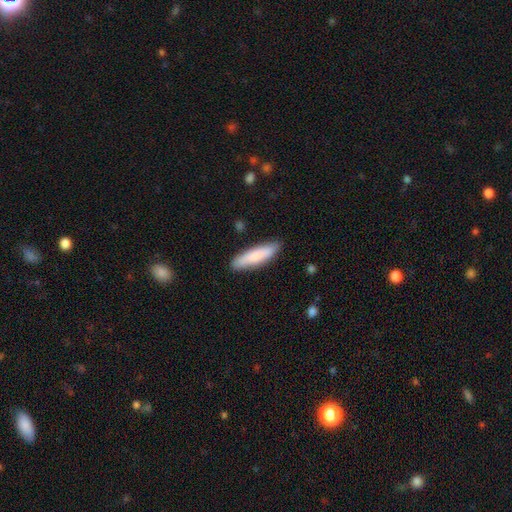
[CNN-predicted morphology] Q: Smooth or featured?
A: smooth (80%); runner-up: featured or disk (15%)
Q: How rounded?
A: cigar-shaped (75%); runner-up: in between (23%)
Q: Merging?
A: none (86%); runner-up: minor disturbance (11%)